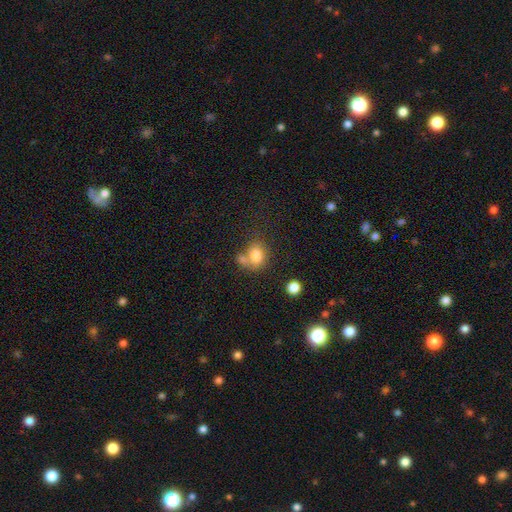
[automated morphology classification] Q: Smooth or featured?
A: smooth (80%); runner-up: featured or disk (10%)
Q: How rounded?
A: in between (51%); runner-up: round (48%)
Q: Merging?
A: none (39%); runner-up: merger (38%)